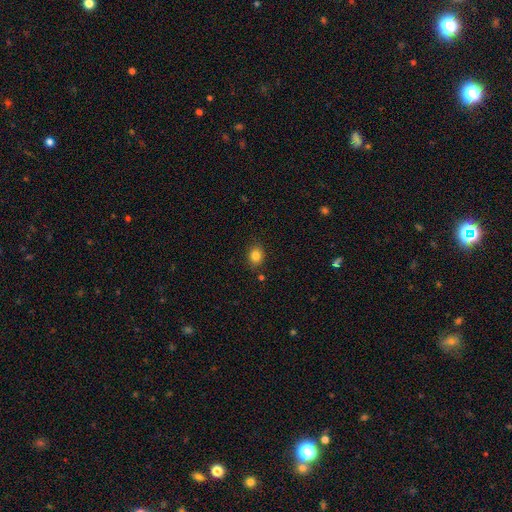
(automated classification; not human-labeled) A smooth galaxy with no disk features (83%) that is round (59%). Merging: none (84%).